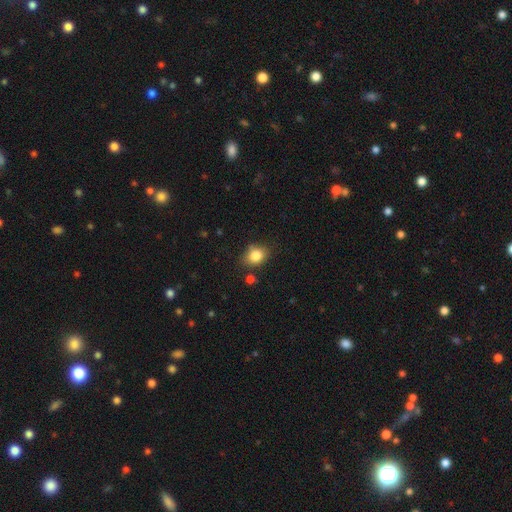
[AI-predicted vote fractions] Smooth or featured? smooth (83%)
How rounded? in between (54%)
Merging? none (75%)